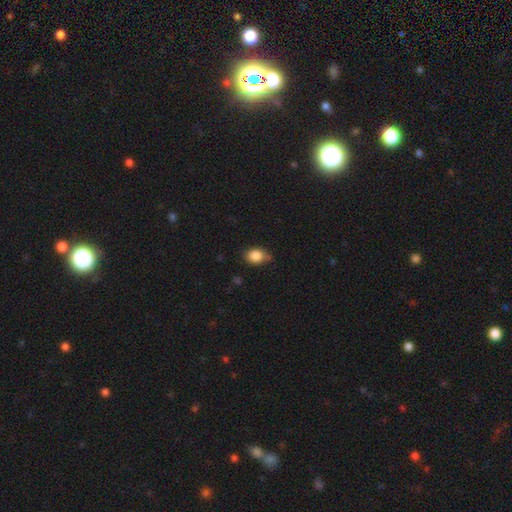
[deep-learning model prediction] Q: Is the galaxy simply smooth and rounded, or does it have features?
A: smooth — 86%.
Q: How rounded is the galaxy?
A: in between — 60%.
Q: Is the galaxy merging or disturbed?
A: none — 69%.